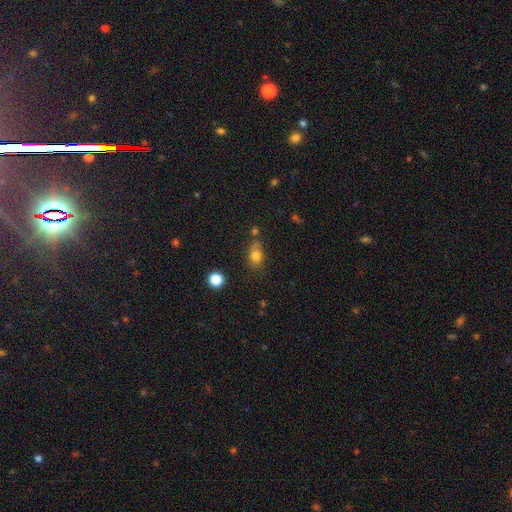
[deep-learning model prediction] Q: Smooth or featured?
A: smooth (79%); runner-up: star or artifact (13%)
Q: How rounded?
A: in between (51%); runner-up: round (47%)
Q: Merging?
A: none (59%); runner-up: minor disturbance (22%)